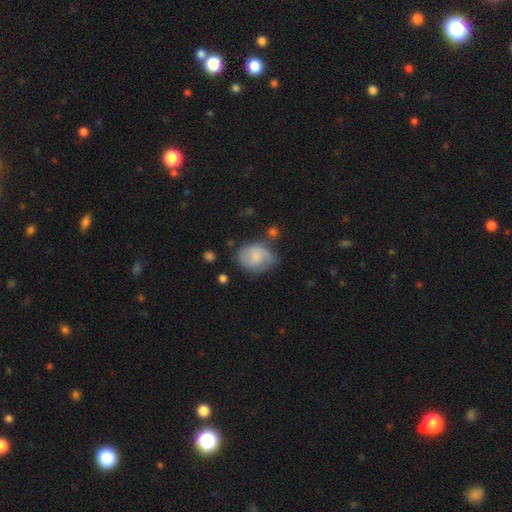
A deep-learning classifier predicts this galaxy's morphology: type=smooth (61%); roundness=in between (52%); merging=none (51%).